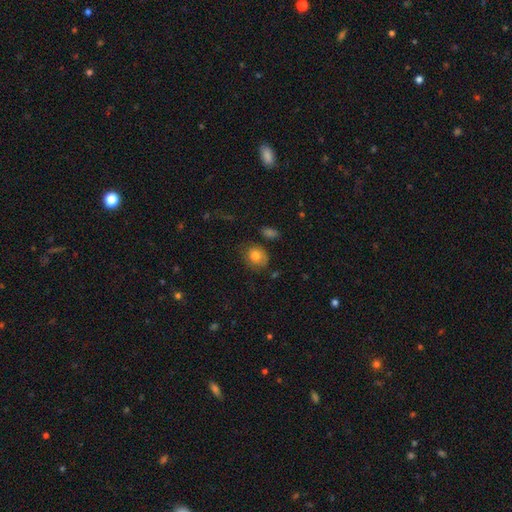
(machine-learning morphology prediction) Smooth or featured? Predicted: smooth (p=0.78). How rounded? Predicted: round (p=0.65). Merging? Predicted: none (p=0.66).